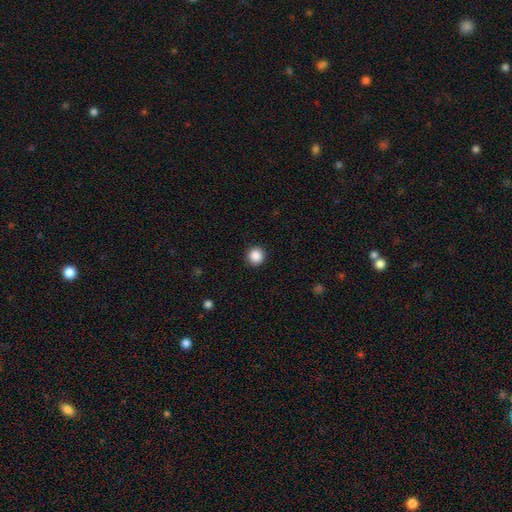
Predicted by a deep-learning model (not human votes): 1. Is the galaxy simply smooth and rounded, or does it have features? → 88% smooth, 9% star or artifact, 3% featured or disk.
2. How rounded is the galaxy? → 94% round, 5% in between, 1% cigar-shaped.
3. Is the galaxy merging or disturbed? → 92% none, 5% minor disturbance, 2% major disturbance, 1% merger.